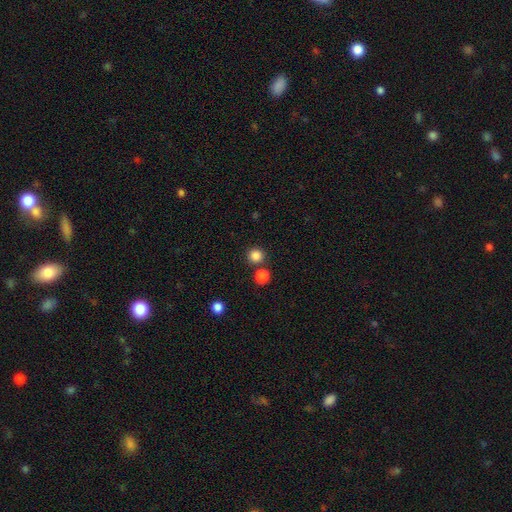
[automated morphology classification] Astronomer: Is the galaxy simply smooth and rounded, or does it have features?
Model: smooth — 84%.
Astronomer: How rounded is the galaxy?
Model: round — 93%.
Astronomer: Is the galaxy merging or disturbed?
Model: none — 80%.